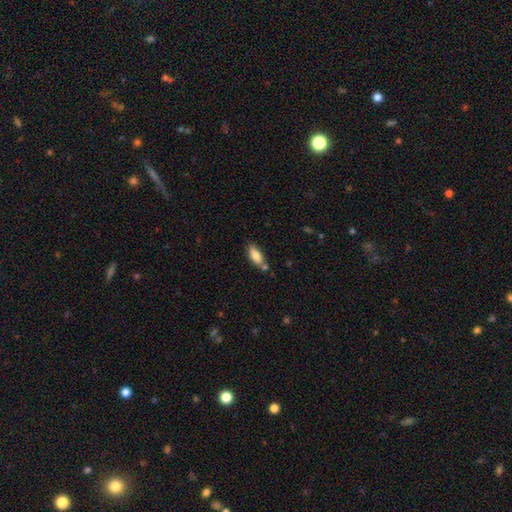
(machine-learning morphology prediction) smooth 80%, featured or disk 13%, star or artifact 7%. Down the decision tree: how rounded — in between (78%); merging — none (62%).